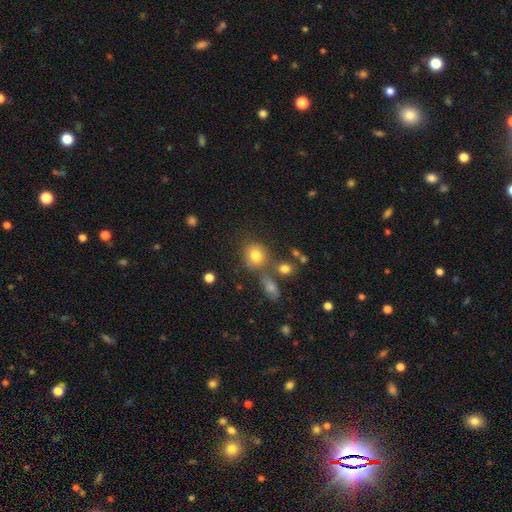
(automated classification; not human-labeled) smooth 80%, star or artifact 11%, featured or disk 9%. Down the decision tree: how rounded — round (72%); merging — none (61%).